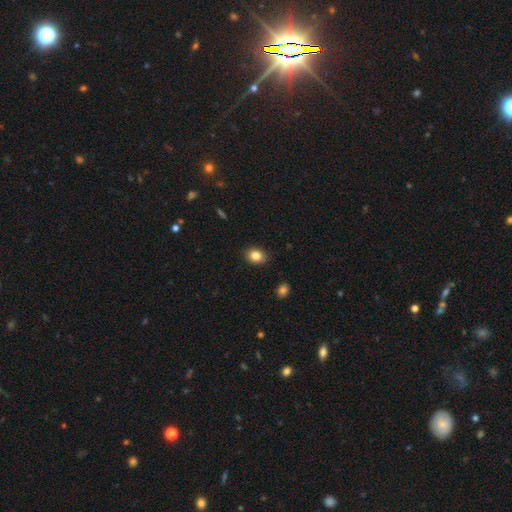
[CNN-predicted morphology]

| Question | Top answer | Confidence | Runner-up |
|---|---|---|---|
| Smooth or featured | smooth | 85% | star or artifact (9%) |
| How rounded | in between | 57% | round (42%) |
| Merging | none | 88% | minor disturbance (9%) |